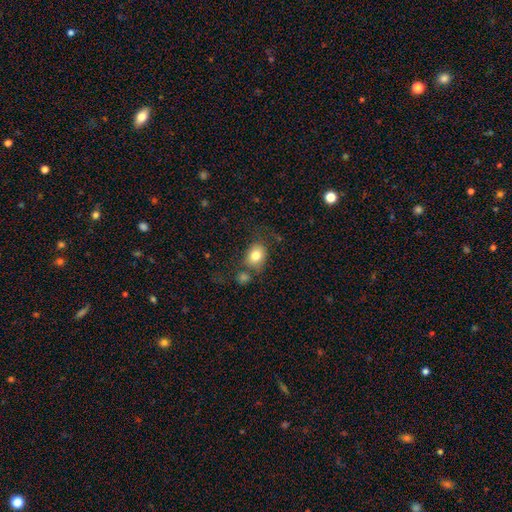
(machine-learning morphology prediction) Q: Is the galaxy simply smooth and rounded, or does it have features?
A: smooth — 79%.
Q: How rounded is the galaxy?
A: round — 55%.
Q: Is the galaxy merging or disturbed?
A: none — 58%.